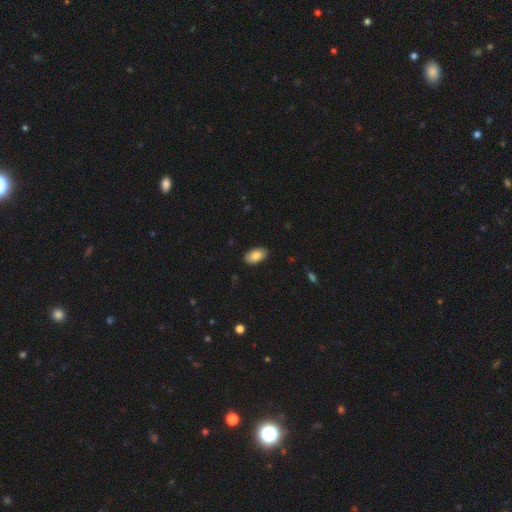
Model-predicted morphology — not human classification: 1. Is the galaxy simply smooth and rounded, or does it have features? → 82% smooth, 11% featured or disk, 7% star or artifact.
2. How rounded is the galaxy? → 94% in between, 4% round, 1% cigar-shaped.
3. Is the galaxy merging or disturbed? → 88% none, 9% minor disturbance, 2% major disturbance, 1% merger.